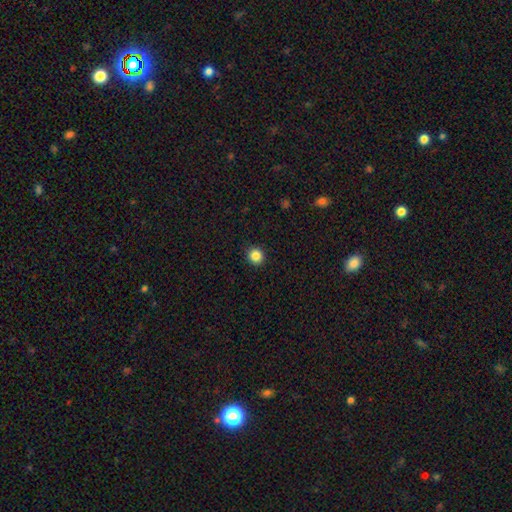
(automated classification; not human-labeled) This appears to be a smooth galaxy with no disk features (85%) that is round (91%). Merging: none (92%).